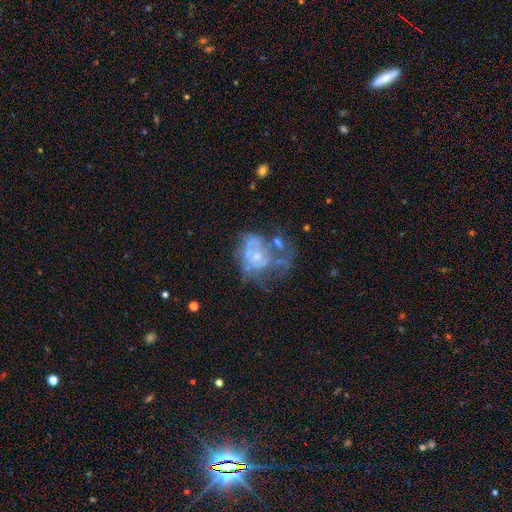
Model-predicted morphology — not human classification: Smooth or featured? Predicted: featured or disk (p=0.66). Edge-on disk? Predicted: no (p=0.98). Bar? Predicted: no (p=0.85). Spiral arms? Predicted: no (p=0.64). Bulge size? Predicted: small (p=0.49). Merging? Predicted: major disturbance (p=0.41).